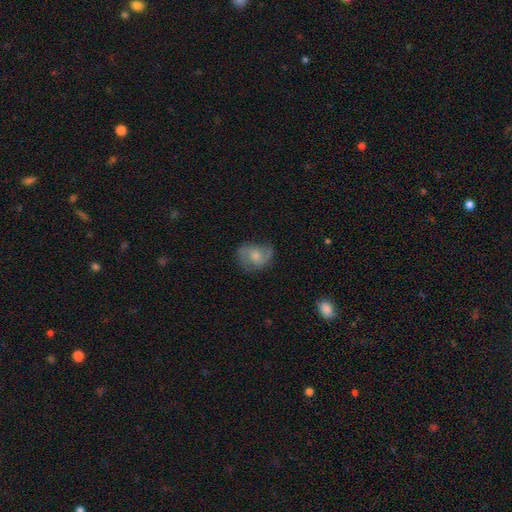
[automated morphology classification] smooth-or-featured: featured or disk: 54% | smooth: 38% | star or artifact: 8%
  disk-edge-on: no: 97% | yes: 3%
    bar: no: 62% | weak: 32% | strong: 6%
    has-spiral-arms: yes: 86% | no: 14%
    bulge-size: moderate: 47% | small: 37% | none: 8% | large: 6% | dominant: 1%
  merging: none: 63% | minor disturbance: 24% | major disturbance: 11% | merger: 2%